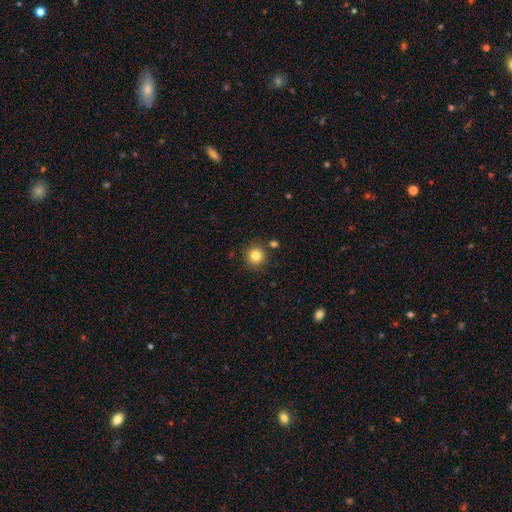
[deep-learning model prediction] Q: Smooth or featured?
A: smooth (83%); runner-up: star or artifact (12%)
Q: How rounded?
A: round (94%); runner-up: in between (5%)
Q: Merging?
A: none (86%); runner-up: minor disturbance (7%)